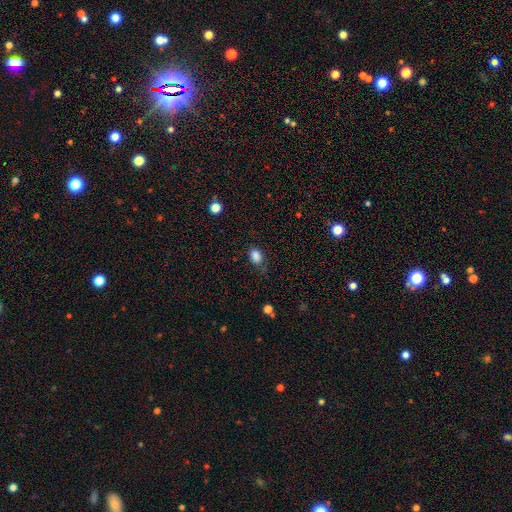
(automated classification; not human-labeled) smooth 85%, star or artifact 11%, featured or disk 4%. Down the decision tree: how rounded — in between (80%); merging — none (74%).